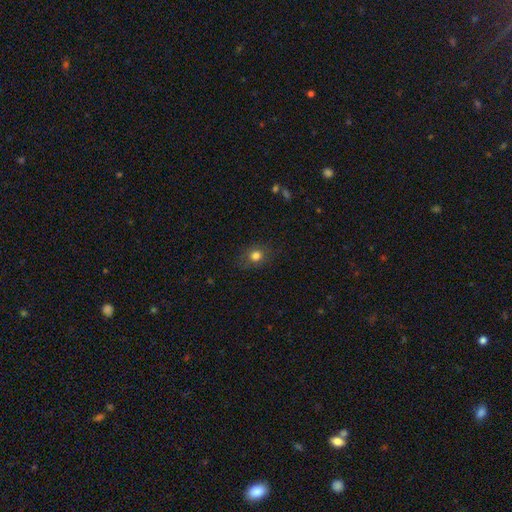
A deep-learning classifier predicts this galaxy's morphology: Smooth or featured?
  - smooth: 78% *
  - star or artifact: 13%
  - featured or disk: 9%
How rounded?
  - round: 60% *
  - in between: 39%
  - cigar-shaped: 1%
Merging?
  - none: 80% *
  - minor disturbance: 14%
  - major disturbance: 5%
  - merger: 1%